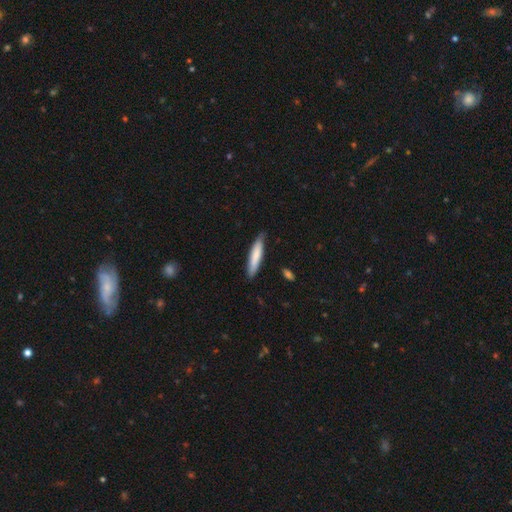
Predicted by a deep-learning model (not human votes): This is likely a smooth galaxy (77%). How rounded: clearly cigar-shaped (85%). Merging: likely none (80%).